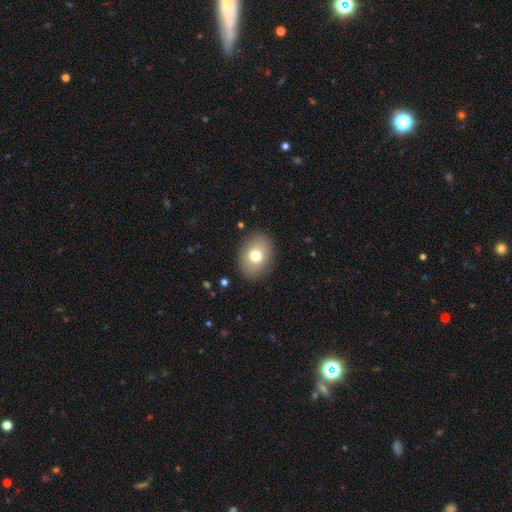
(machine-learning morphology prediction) The model was most divided on "how rounded": in between: 68%, round: 31%, cigar-shaped: 1%. More confident: merging — none (87%); smooth or featured — smooth (75%).